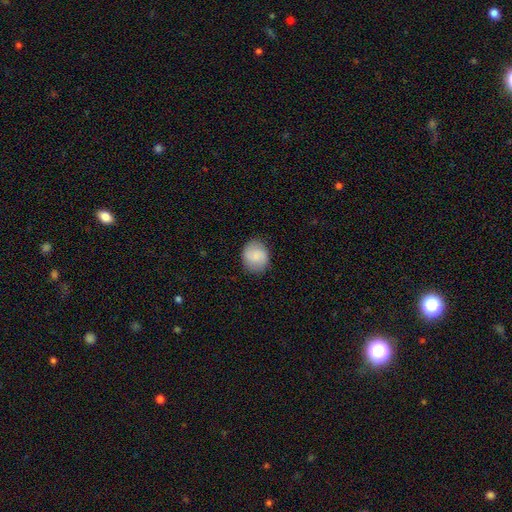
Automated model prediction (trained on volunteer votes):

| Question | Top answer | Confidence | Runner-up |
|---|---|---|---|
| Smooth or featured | smooth | 76% | featured or disk (17%) |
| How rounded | round | 72% | in between (27%) |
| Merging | none | 85% | minor disturbance (11%) |